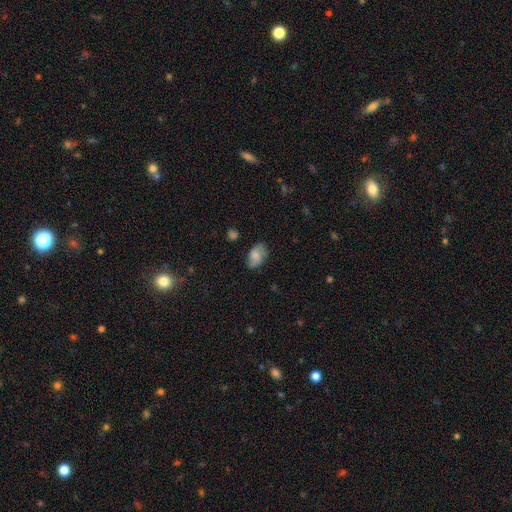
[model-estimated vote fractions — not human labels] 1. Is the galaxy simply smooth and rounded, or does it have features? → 71% smooth, 21% featured or disk, 9% star or artifact.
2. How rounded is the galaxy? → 87% in between, 11% round, 2% cigar-shaped.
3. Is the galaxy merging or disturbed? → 65% none, 26% minor disturbance, 8% major disturbance, 2% merger.